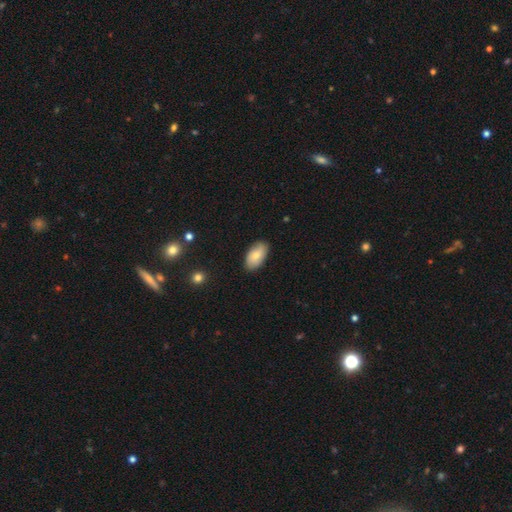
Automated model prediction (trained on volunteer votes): This appears to be a smooth galaxy with no disk features (74%) that is in between round and cigar-shaped (94%). Merging: none (84%).